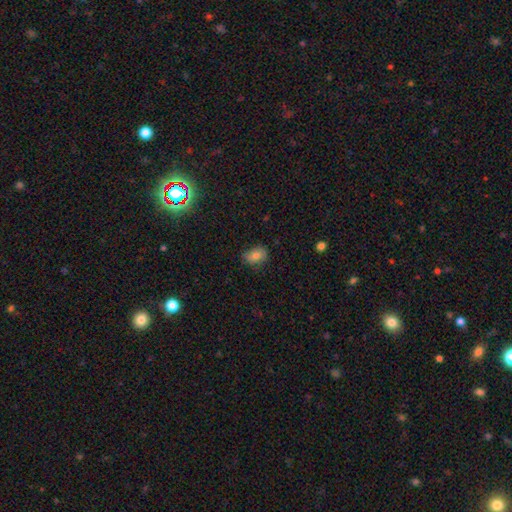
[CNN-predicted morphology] smooth-or-featured: smooth: 78% | featured or disk: 12% | star or artifact: 10%
  how-rounded: in between: 74% | round: 24% | cigar-shaped: 2%
  merging: none: 71% | minor disturbance: 23% | major disturbance: 5% | merger: 1%